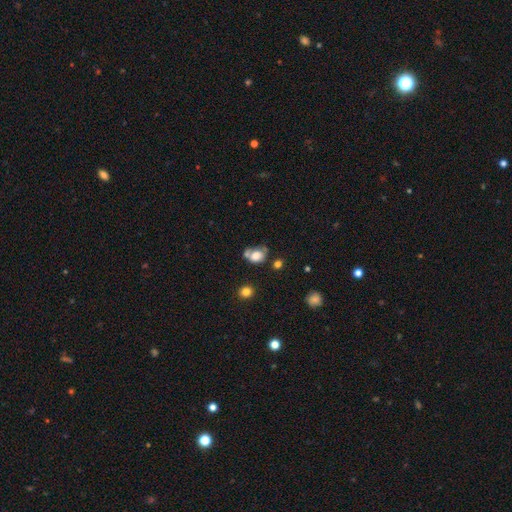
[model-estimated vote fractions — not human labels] Smooth or featured? Predicted: smooth (p=0.70). How rounded? Predicted: in between (p=0.56). Merging? Predicted: none (p=0.32, tied with merger).